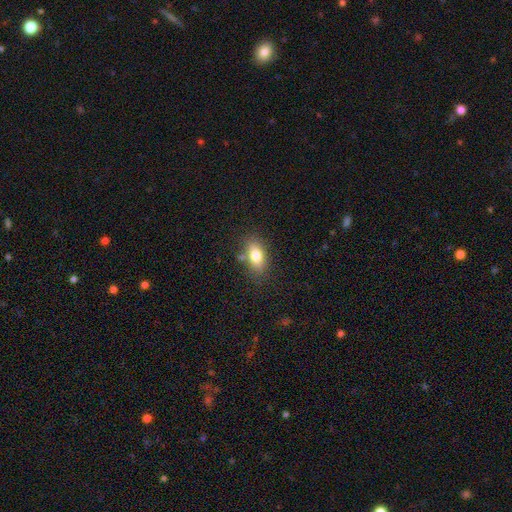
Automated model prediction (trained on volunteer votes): This is likely a smooth galaxy (77%). How rounded: clearly in between (86%). Merging: likely none (75%).